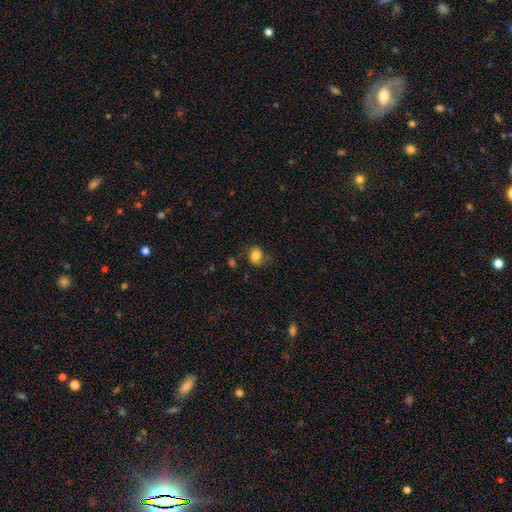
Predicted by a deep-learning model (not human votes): smooth-or-featured: smooth: 80% | featured or disk: 10% | star or artifact: 10%
  how-rounded: round: 51% | in between: 48% | cigar-shaped: 1%
  merging: none: 69% | minor disturbance: 22% | major disturbance: 7% | merger: 3%